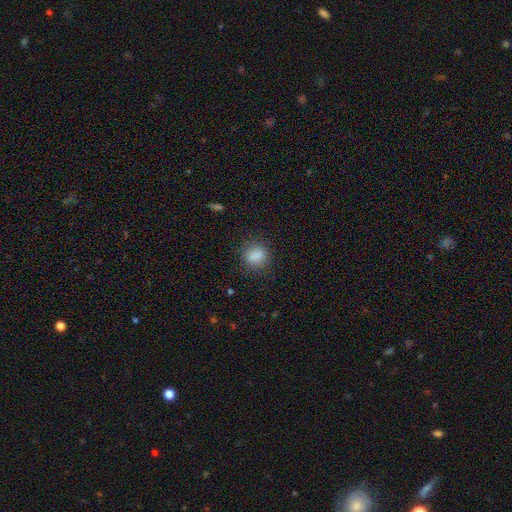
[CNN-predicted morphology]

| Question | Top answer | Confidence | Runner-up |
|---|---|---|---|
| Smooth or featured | smooth | 85% | star or artifact (9%) |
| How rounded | round | 50% | in between (47%) |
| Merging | none | 80% | minor disturbance (14%) |